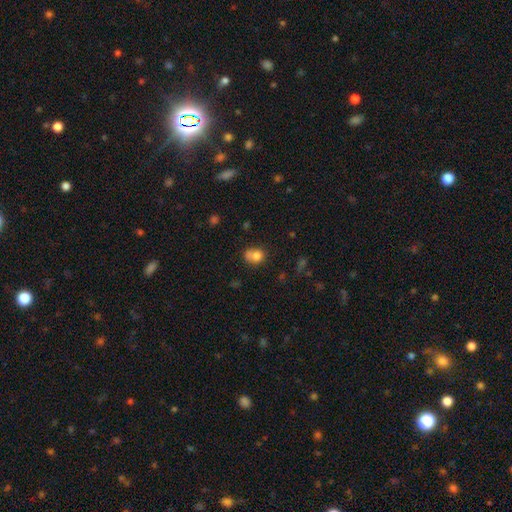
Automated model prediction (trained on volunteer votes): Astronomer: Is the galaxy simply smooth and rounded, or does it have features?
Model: smooth — 77%.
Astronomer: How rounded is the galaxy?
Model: round — 62%.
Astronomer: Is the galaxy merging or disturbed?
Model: none — 42% (runner-up: merger, 29%).